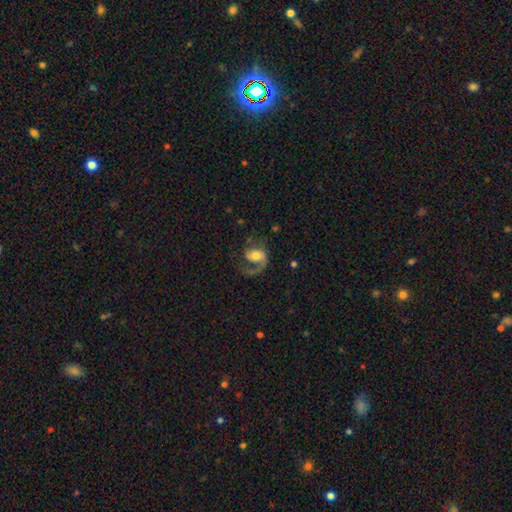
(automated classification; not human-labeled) This appears to be a featured or disk galaxy (80%) with no bar (54%), 1 (62%) medium (45%) spiral arms (94%) and a moderate central bulge (59%). Merging: none (51%).